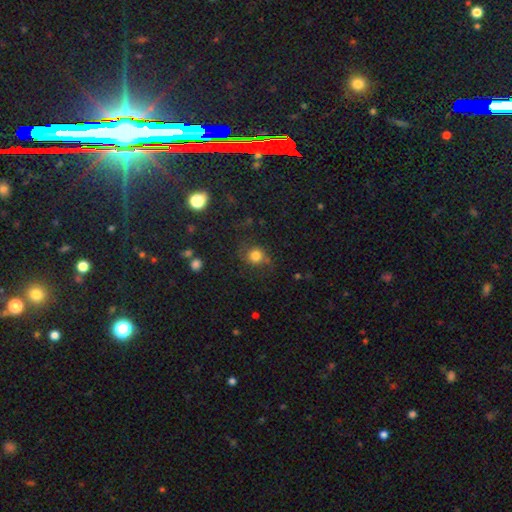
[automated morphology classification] Q: Smooth or featured?
A: smooth (71%); runner-up: featured or disk (15%)
Q: How rounded?
A: round (86%); runner-up: in between (13%)
Q: Merging?
A: none (68%); runner-up: minor disturbance (18%)